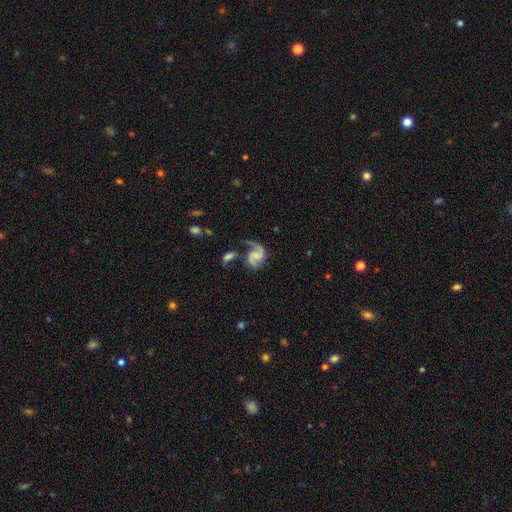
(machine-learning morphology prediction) type=featured or disk (83%); edge-on=no (98%); bar=no (45%); spiral arms=yes (96%); winding=medium (45%); arm count=2 (79%); bulge=none (54%); merging=none (45%).